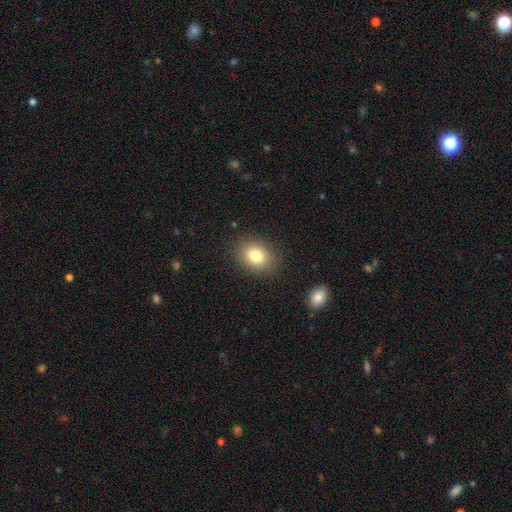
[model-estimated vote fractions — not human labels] smooth-or-featured: smooth: 81% | star or artifact: 11% | featured or disk: 8%
  how-rounded: in between: 50% | round: 49% | cigar-shaped: 1%
  merging: none: 87% | minor disturbance: 9% | major disturbance: 3% | merger: 1%